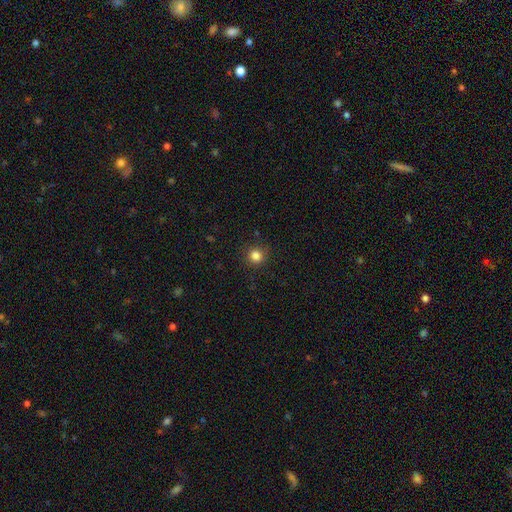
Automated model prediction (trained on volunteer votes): smooth 82%, star or artifact 13%, featured or disk 5%. Down the decision tree: how rounded — round (93%); merging — none (90%).